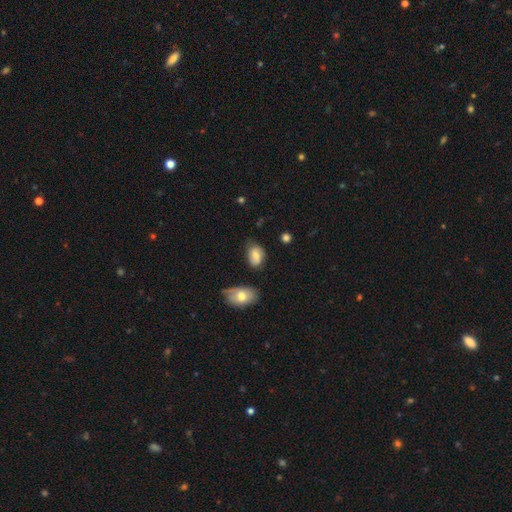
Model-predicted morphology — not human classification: The model was most divided on "merging": none: 58%, minor disturbance: 29%, major disturbance: 7%, merger: 5%. More confident: how rounded — in between (80%); smooth or featured — smooth (69%).